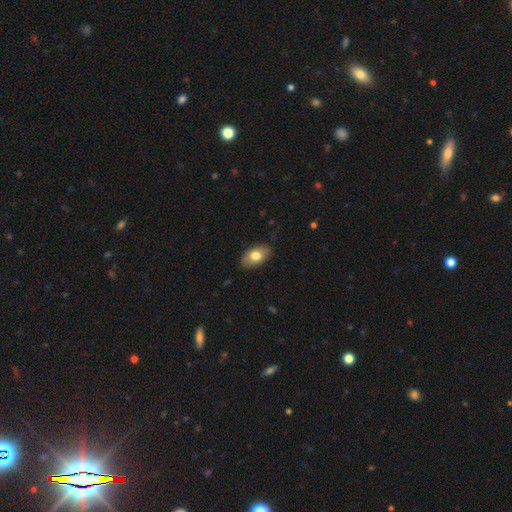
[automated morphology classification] A smooth galaxy with no disk features (75%) that is in between round and cigar-shaped (92%).

Vote fractions:
- Smooth or featured? smooth: 75% / featured or disk: 18% / star or artifact: 7%
- How rounded? in between: 92% / round: 6% / cigar-shaped: 2%
- Merging? none: 84% / minor disturbance: 13% / major disturbance: 2% / merger: 1%